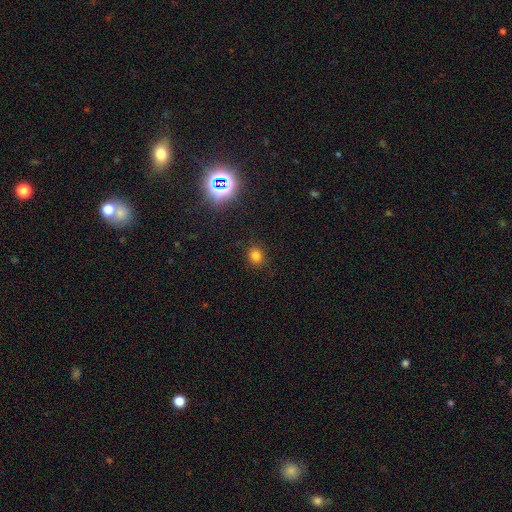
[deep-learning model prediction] This is likely a smooth galaxy (76%). How rounded: likely round (77%). Merging: clearly none (88%).